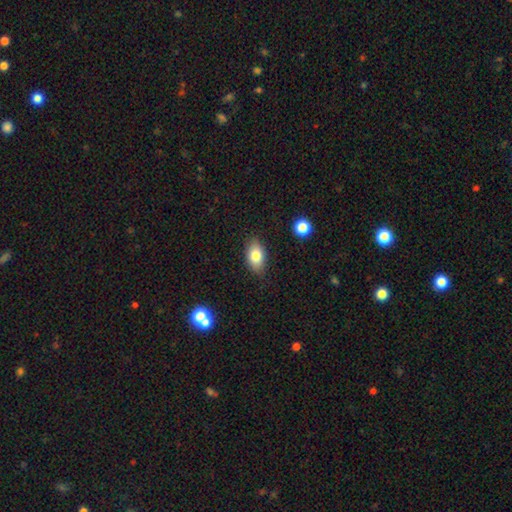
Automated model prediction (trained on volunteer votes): Overall: smooth (79%). How rounded: in between (88%). Merging: none (84%).